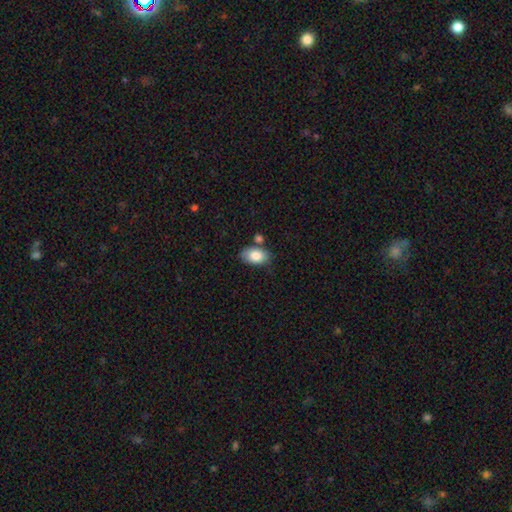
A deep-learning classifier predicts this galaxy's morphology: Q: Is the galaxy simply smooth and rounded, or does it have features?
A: smooth — 83%.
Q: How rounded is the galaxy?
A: in between — 90%.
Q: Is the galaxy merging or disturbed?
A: none — 67%.